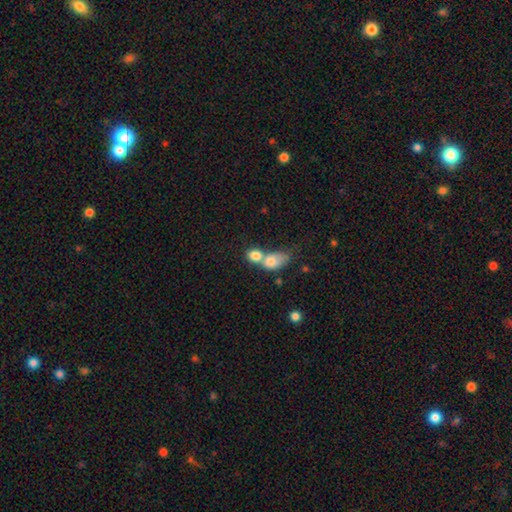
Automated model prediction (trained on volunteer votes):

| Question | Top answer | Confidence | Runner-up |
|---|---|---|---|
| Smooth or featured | smooth | 77% | featured or disk (14%) |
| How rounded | in between | 49% | round (48%) |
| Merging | merger | 70% | none (20%) |